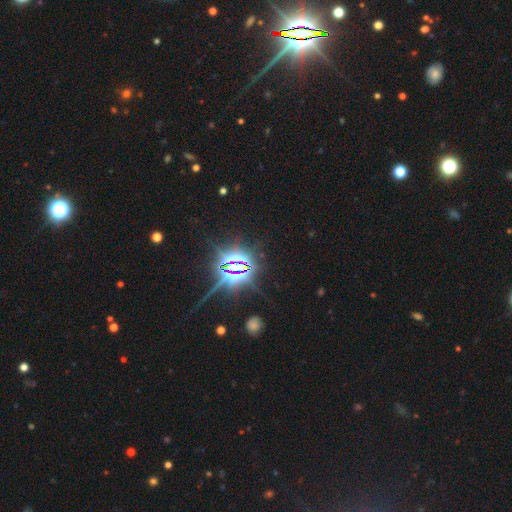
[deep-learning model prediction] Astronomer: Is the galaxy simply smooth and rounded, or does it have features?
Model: star or artifact — 84%.